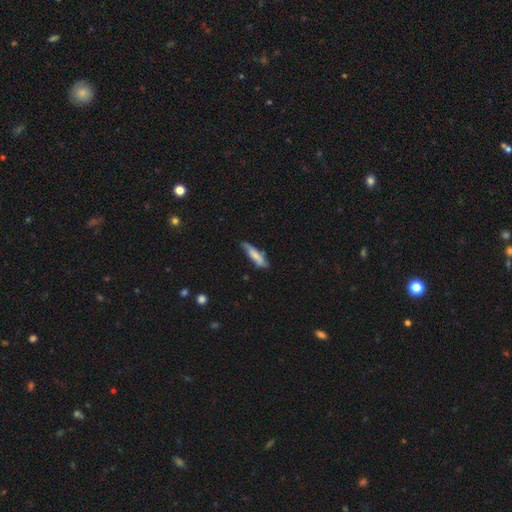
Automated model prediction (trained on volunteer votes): Q: Smooth or featured?
A: smooth (65%); runner-up: featured or disk (29%)
Q: How rounded?
A: cigar-shaped (74%); runner-up: in between (24%)
Q: Merging?
A: none (62%); runner-up: minor disturbance (28%)